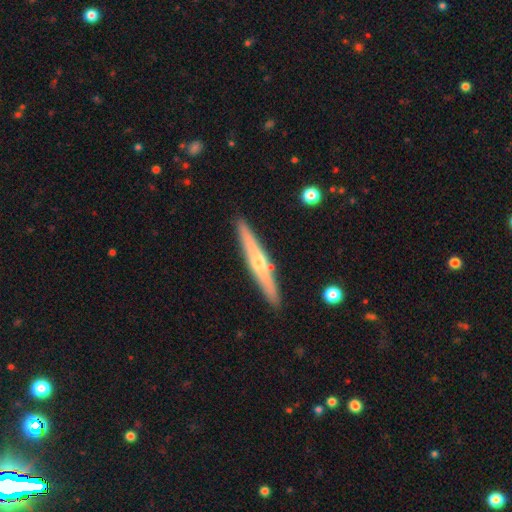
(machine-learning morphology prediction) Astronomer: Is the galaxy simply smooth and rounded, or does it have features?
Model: featured or disk — 68%.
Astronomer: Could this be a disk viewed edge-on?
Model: yes — 97%.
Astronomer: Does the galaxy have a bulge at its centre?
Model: rounded — 82%.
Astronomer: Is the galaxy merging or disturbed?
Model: none — 91%.